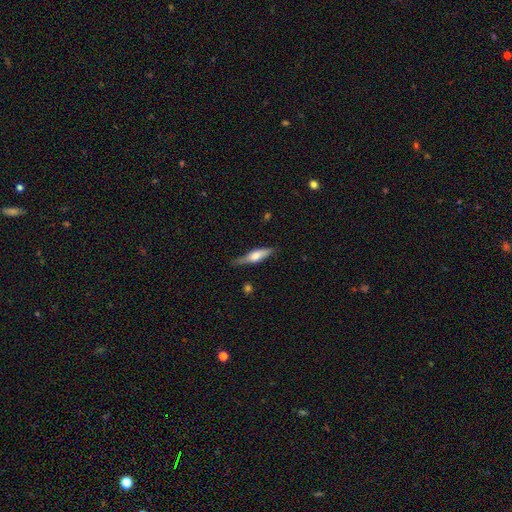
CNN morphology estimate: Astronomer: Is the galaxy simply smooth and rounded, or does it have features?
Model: featured or disk — 48% (runner-up: smooth, 46%).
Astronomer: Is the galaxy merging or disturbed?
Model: none — 75%.